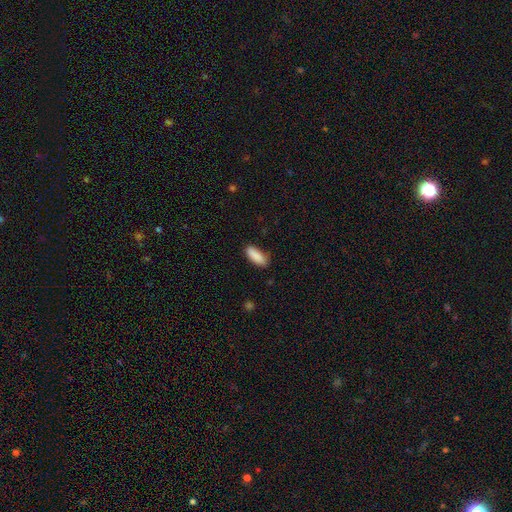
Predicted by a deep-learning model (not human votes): Smooth or featured?
  - smooth: 89% *
  - star or artifact: 7%
  - featured or disk: 4%
How rounded?
  - in between: 70% *
  - cigar-shaped: 28%
  - round: 2%
Merging?
  - none: 82% *
  - minor disturbance: 14%
  - major disturbance: 3%
  - merger: 1%